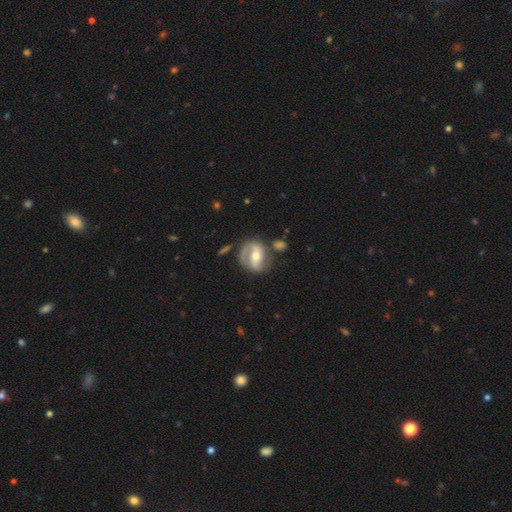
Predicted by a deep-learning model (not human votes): Smooth or featured? featured or disk (78%)
Edge-on disk? no (97%)
Bar? strong (39%)
Spiral arms? yes (87%)
Spiral winding? medium (45%)
Spiral arm count? 2 (79%)
Bulge size? moderate (69%)
Merging? none (65%)